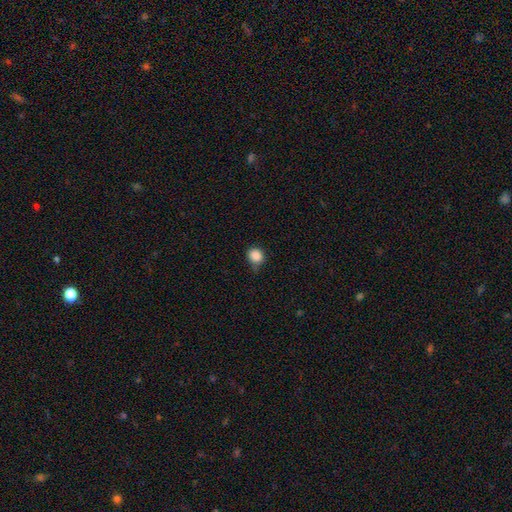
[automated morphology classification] The model was most divided on "merging": none: 65%, minor disturbance: 27%, major disturbance: 5%, merger: 3%. More confident: smooth or featured — smooth (86%); how rounded — round (83%).